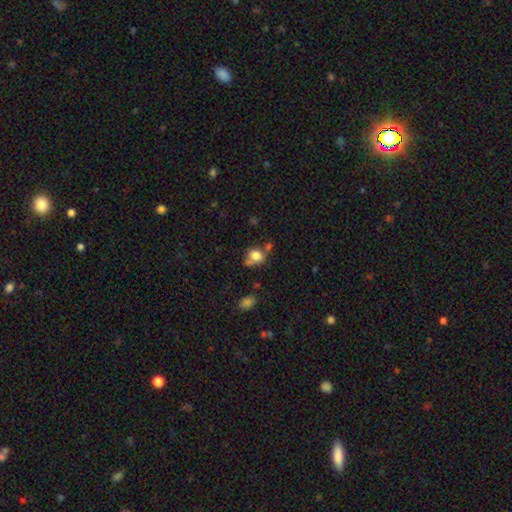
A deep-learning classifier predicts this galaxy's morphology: This appears to be a smooth galaxy with no disk features (78%) that is round (52%). Merging: none (46%).